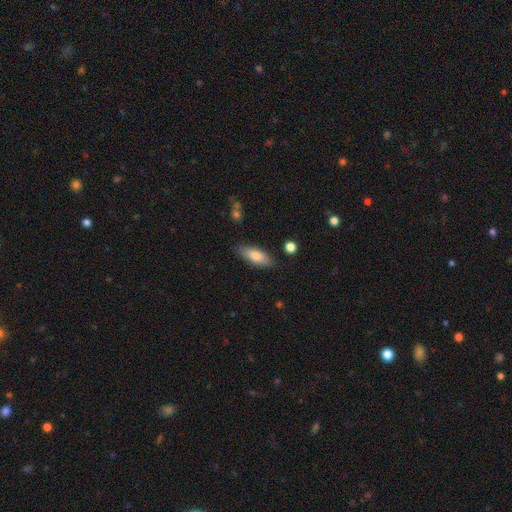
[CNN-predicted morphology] Smooth or featured: smooth — 78% (featured or disk — 16%)
How rounded: in between — 74% (cigar-shaped — 23%)
Merging: none — 84% (minor disturbance — 12%)